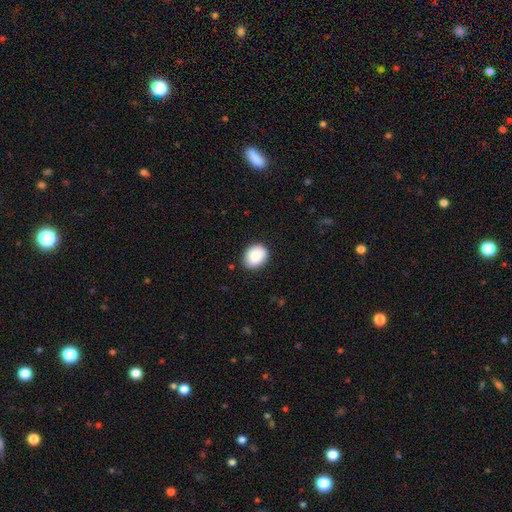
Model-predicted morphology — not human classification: smooth_or_featured: smooth (p=0.86) [alt: star or artifact p=0.07]
how_rounded: round (p=0.51) [alt: in between p=0.48]
merging: none (p=0.86) [alt: minor disturbance p=0.11]